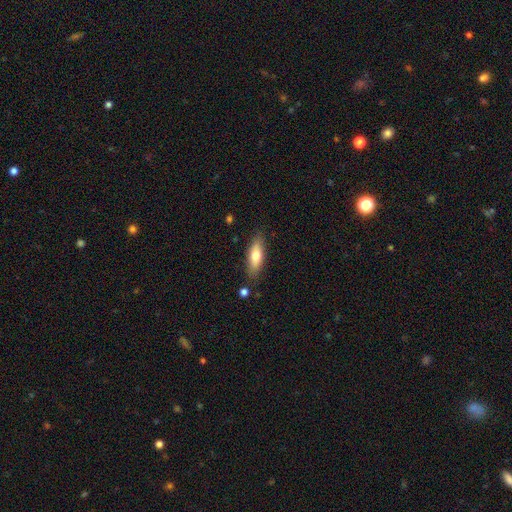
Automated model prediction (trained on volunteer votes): smooth 70%, featured or disk 23%, star or artifact 6%. Down the decision tree: how rounded — in between (60%); merging — none (83%).